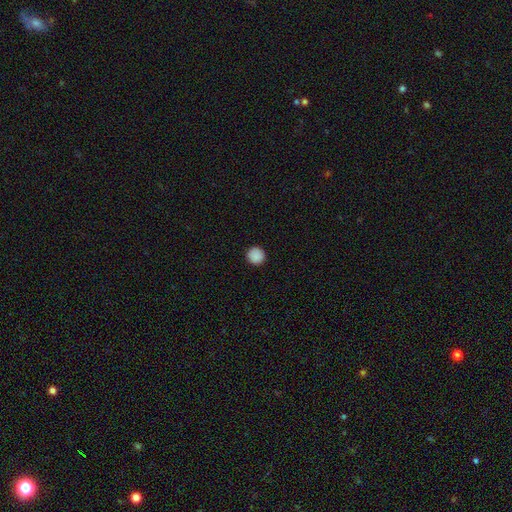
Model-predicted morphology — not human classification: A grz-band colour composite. It shows a smooth galaxy with no disk features (89%) that is round (96%). Merging: none (93%).